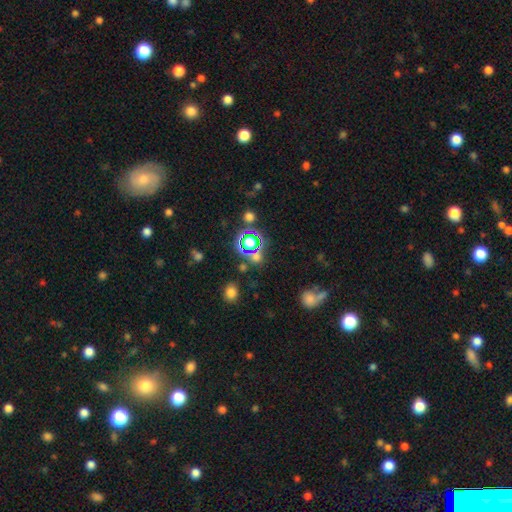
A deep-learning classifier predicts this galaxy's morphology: Smooth or featured?
  - star or artifact: 51% *
  - smooth: 39%
  - featured or disk: 9%